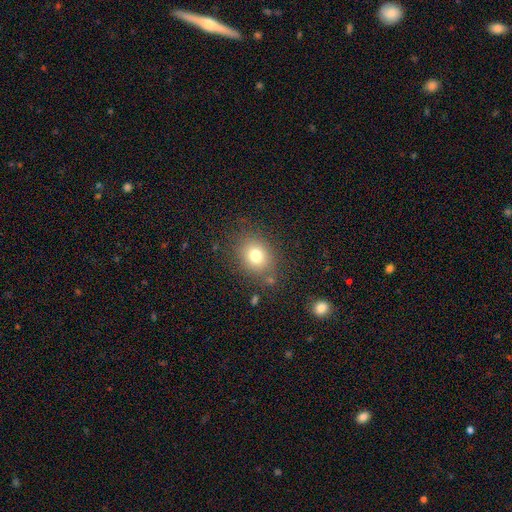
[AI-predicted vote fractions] A smooth galaxy with no disk features (77%) that is round (54%). Merging: none (79%).